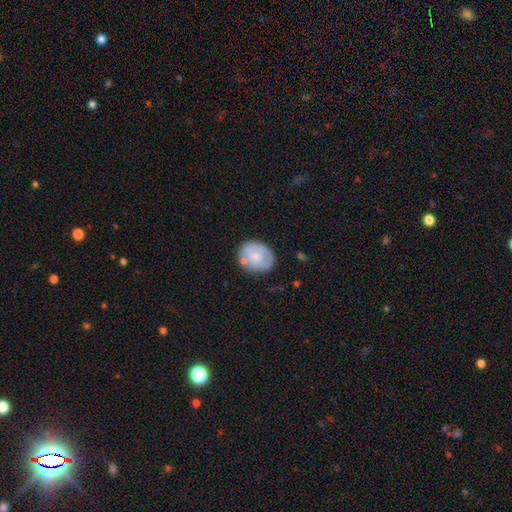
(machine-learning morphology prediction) Q: Smooth or featured?
A: smooth (63%); runner-up: featured or disk (31%)
Q: How rounded?
A: round (53%); runner-up: in between (46%)
Q: Merging?
A: none (68%); runner-up: minor disturbance (19%)